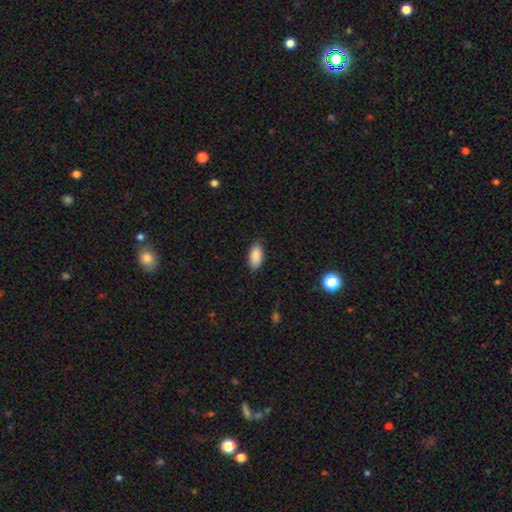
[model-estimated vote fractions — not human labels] A smooth galaxy with no disk features (88%) that is in between round and cigar-shaped (94%). Merging: none (77%).